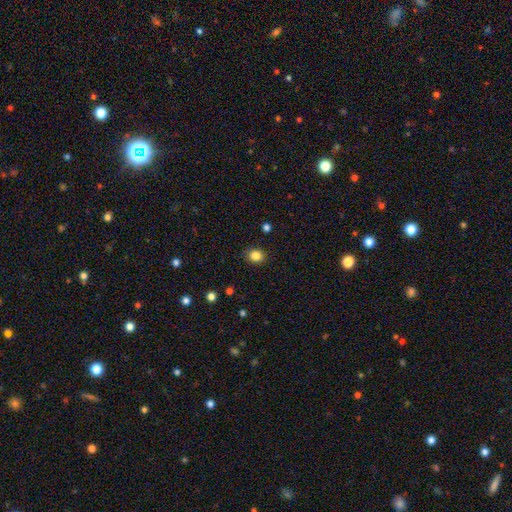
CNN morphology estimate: This is clearly a smooth galaxy (84%). How rounded: likely round (67%). Merging: clearly none (89%).